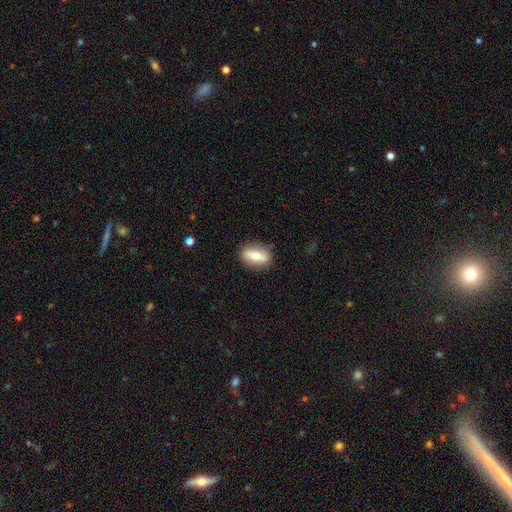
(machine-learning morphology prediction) smooth 63%, featured or disk 30%, star or artifact 7%. Down the decision tree: how rounded — in between (78%); merging — none (85%).